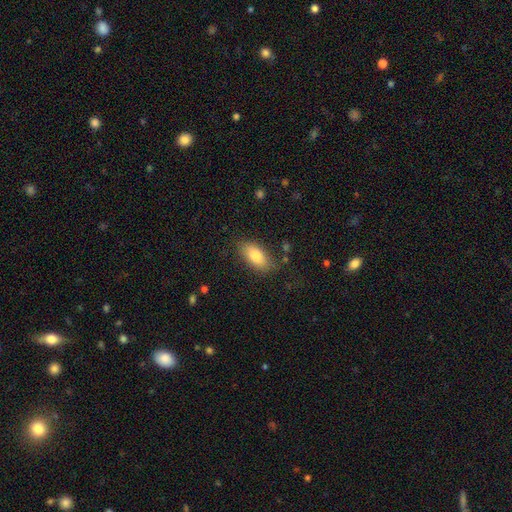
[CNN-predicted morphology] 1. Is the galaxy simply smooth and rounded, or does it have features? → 80% smooth, 13% featured or disk, 7% star or artifact.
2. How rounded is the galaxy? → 89% in between, 7% cigar-shaped, 4% round.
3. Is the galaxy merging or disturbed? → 80% none, 14% minor disturbance, 4% major disturbance, 2% merger.